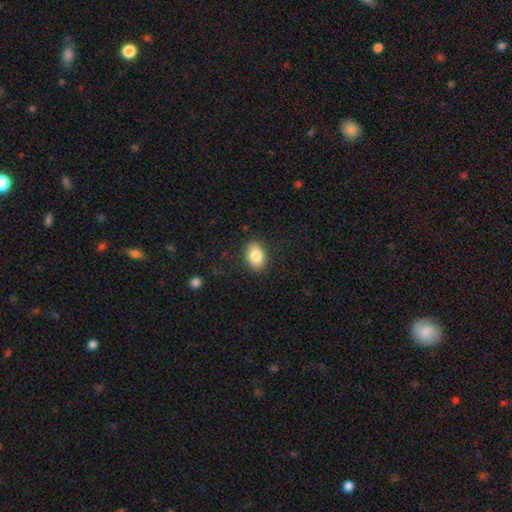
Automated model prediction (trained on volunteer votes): Smooth or featured? Predicted: smooth (p=0.84). How rounded? Predicted: in between (p=0.85). Merging? Predicted: none (p=0.86).